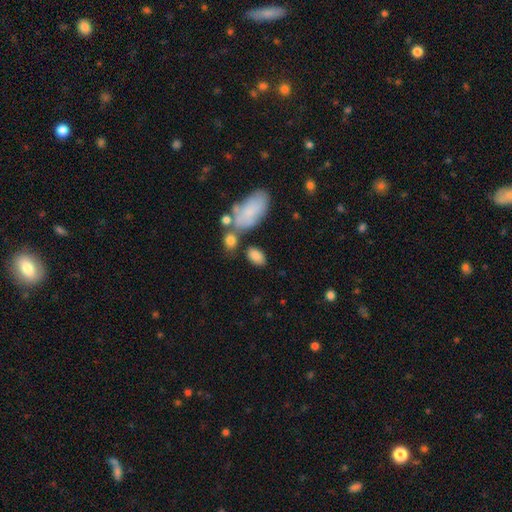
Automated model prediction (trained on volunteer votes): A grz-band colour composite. It shows a smooth galaxy with no disk features (83%) that is in between round and cigar-shaped (91%). Merging: none (64%).